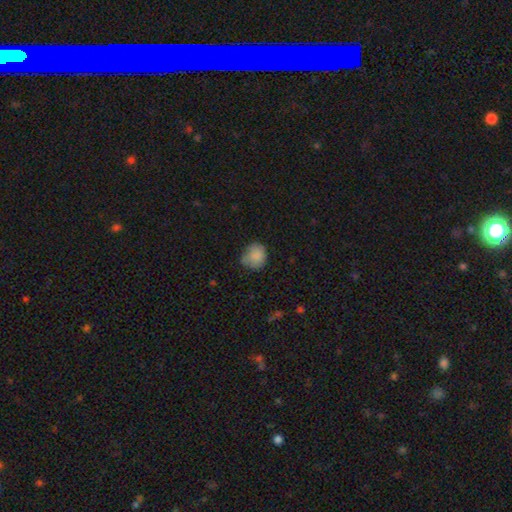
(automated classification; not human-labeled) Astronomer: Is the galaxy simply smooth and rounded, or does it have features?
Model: smooth — 82%.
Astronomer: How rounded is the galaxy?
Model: round — 73%.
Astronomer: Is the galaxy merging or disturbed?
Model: none — 56% (runner-up: minor disturbance, 32%).